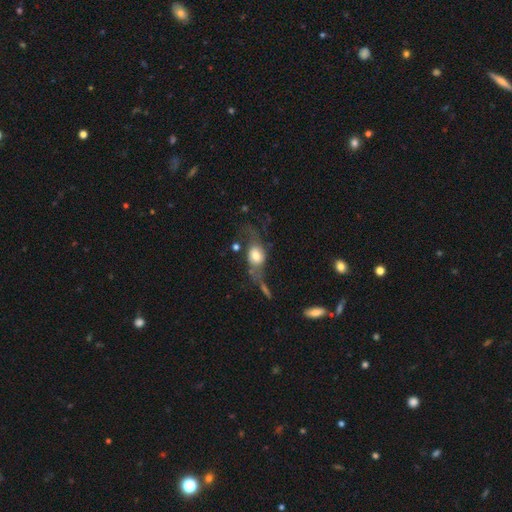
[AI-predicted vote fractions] Smooth or featured? Predicted: smooth (p=0.47). Merging? Predicted: major disturbance (p=0.34, tied with none).